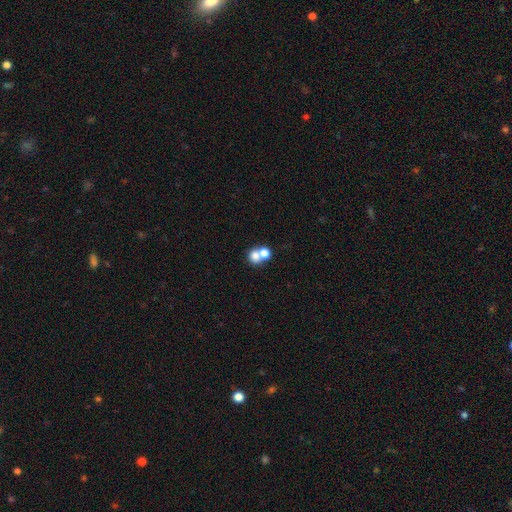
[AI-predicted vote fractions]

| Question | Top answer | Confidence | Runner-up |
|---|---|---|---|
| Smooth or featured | smooth | 73% | featured or disk (15%) |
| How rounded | round | 70% | in between (29%) |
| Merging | merger | 61% | none (30%) |